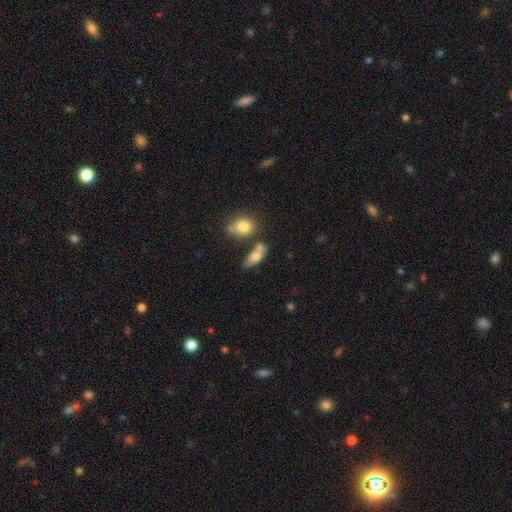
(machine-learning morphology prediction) type=smooth (69%); roundness=in between (67%); merging=none (47%).